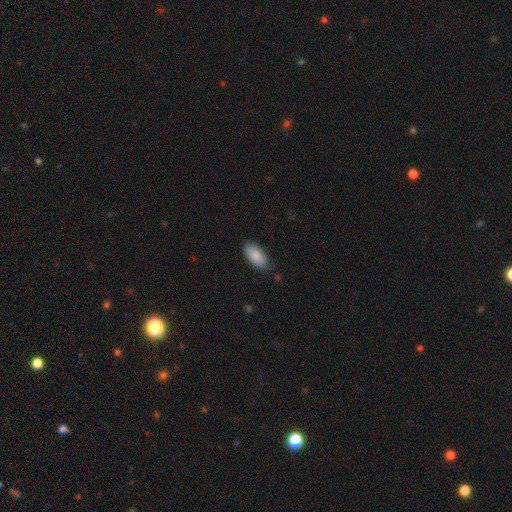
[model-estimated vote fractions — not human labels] A smooth galaxy with no disk features (87%) that is in between round and cigar-shaped (92%).

Vote fractions:
- Smooth or featured? smooth: 87% / featured or disk: 7% / star or artifact: 6%
- How rounded? in between: 92% / cigar-shaped: 6% / round: 2%
- Merging? none: 81% / minor disturbance: 15% / major disturbance: 3% / merger: 1%